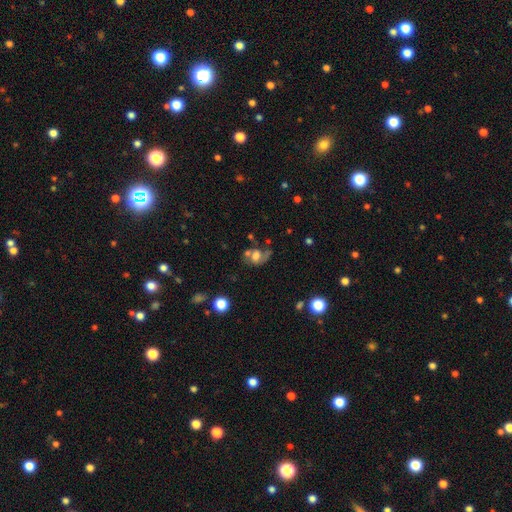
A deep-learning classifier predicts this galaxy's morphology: A featured or disk galaxy (44%). Merging: none (32%).